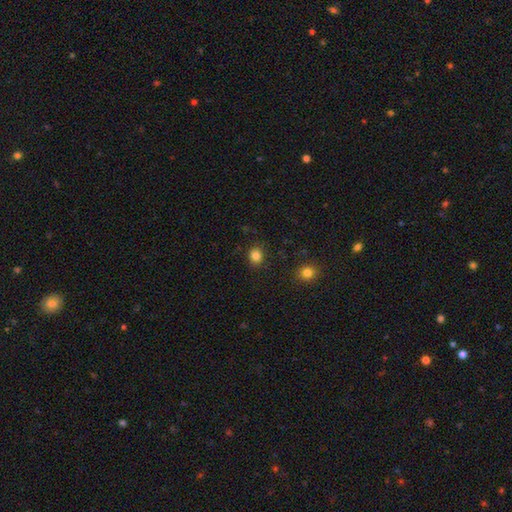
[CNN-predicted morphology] Q: Smooth or featured?
A: smooth (84%); runner-up: star or artifact (12%)
Q: How rounded?
A: round (77%); runner-up: in between (22%)
Q: Merging?
A: none (88%); runner-up: minor disturbance (8%)